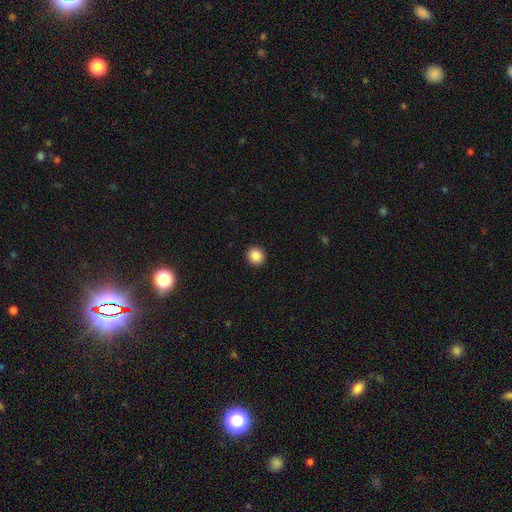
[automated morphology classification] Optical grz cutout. It shows a smooth galaxy with no disk features (87%) that is round (87%). Merging: none (93%).